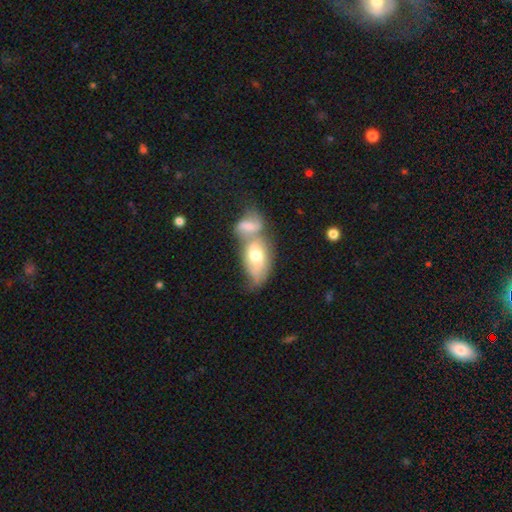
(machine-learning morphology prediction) smooth_or_featured: smooth (p=0.56) [alt: featured or disk p=0.38]
how_rounded: in between (p=0.89) [alt: round p=0.07]
merging: merger (p=0.65) [alt: none p=0.17]